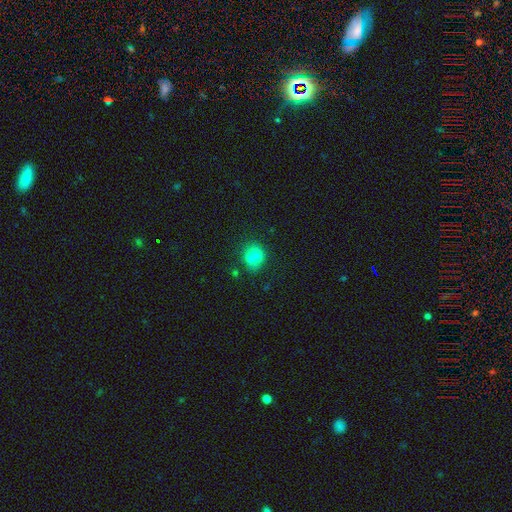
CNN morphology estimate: A smooth galaxy with no disk features (70%) that is round (71%). Merging: merger (46%).